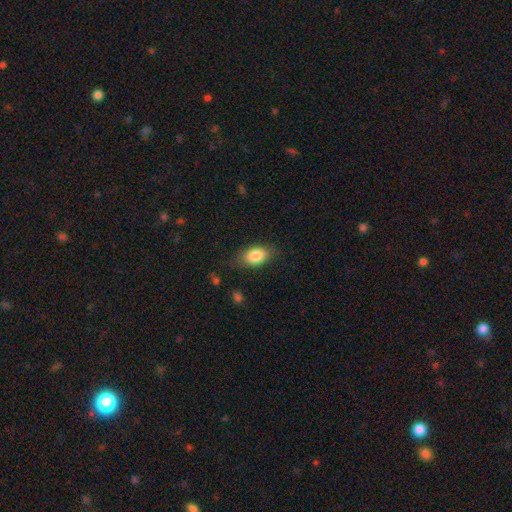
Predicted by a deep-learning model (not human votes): A smooth galaxy with no disk features (84%) that is in between round and cigar-shaped (87%). Merging: none (77%).